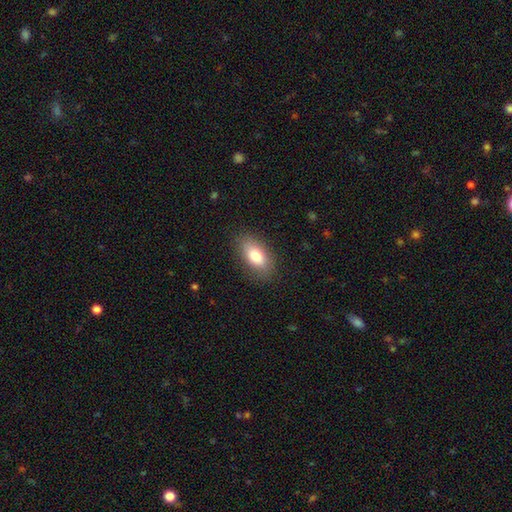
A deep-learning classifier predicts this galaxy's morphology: type=smooth (80%); roundness=in between (89%); merging=none (85%).